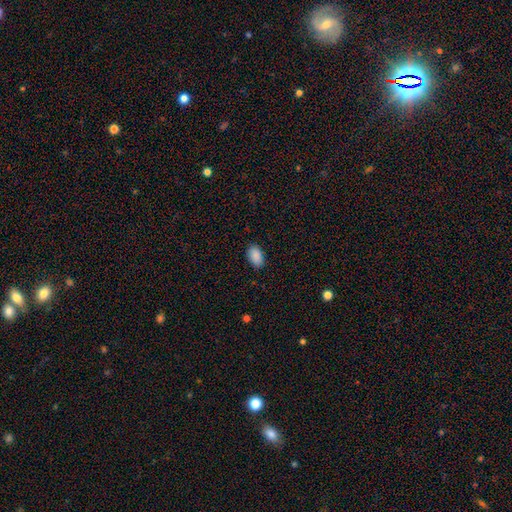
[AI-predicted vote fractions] This appears to be a smooth galaxy with no disk features (90%) that is in between round and cigar-shaped (92%). Merging: none (87%).